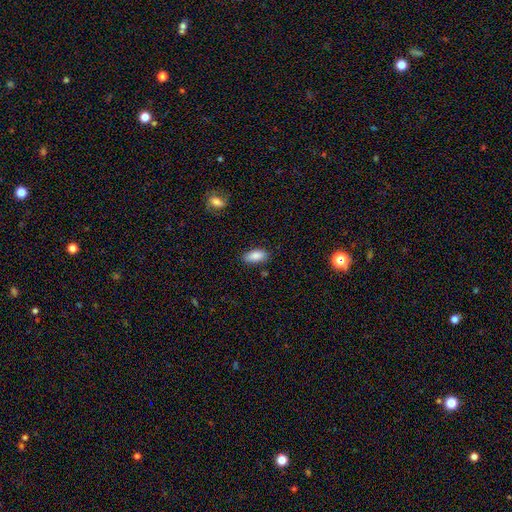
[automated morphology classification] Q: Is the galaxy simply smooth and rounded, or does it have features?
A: smooth — 87%.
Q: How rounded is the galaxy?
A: in between — 89%.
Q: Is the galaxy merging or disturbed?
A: none — 84%.